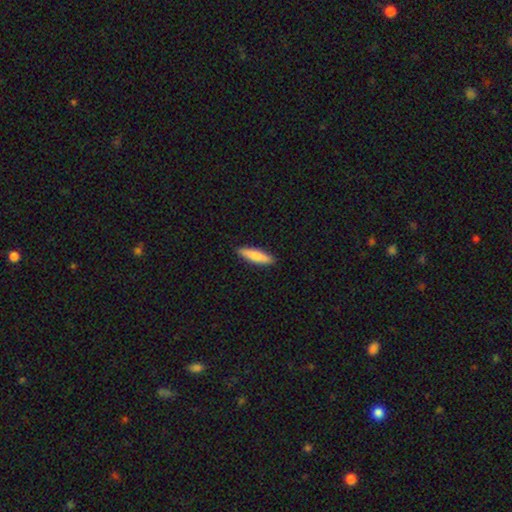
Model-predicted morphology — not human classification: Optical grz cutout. It shows a smooth galaxy with no disk features (83%) that is cigar-shaped (76%). Merging: none (90%).